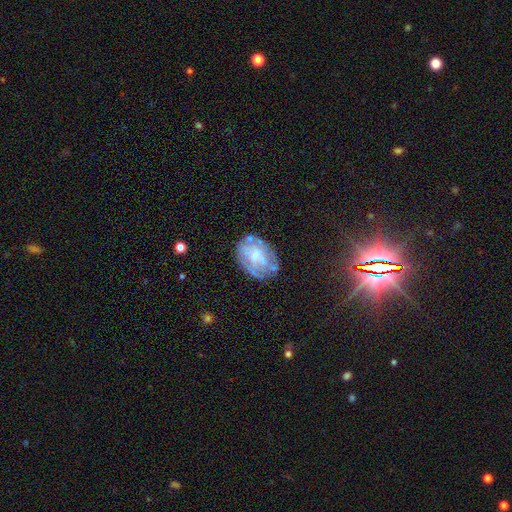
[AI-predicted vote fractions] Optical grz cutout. It shows a featured or disk galaxy (62%) with no bar (63%), no spiral arms (62%) and a small central bulge (46%). Merging: none (58%).